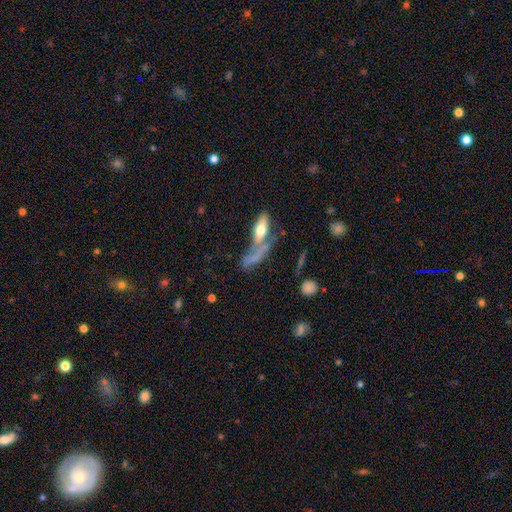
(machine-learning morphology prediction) Q: Smooth or featured?
A: smooth (52%); runner-up: featured or disk (35%)
Q: How rounded?
A: cigar-shaped (53%); runner-up: in between (41%)
Q: Merging?
A: merger (39%); runner-up: none (31%)